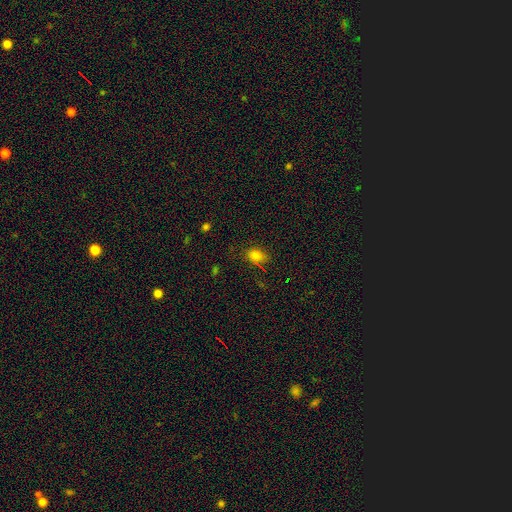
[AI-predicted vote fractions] The model was most divided on "how rounded": in between: 65%, round: 33%, cigar-shaped: 2%. More confident: smooth or featured — smooth (76%); merging — none (75%).